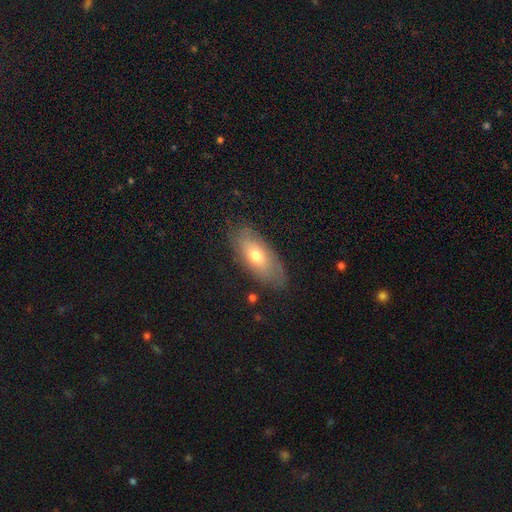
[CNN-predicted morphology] Q: Smooth or featured?
A: smooth (59%); runner-up: featured or disk (33%)
Q: How rounded?
A: in between (85%); runner-up: cigar-shaped (12%)
Q: Merging?
A: none (76%); runner-up: minor disturbance (17%)